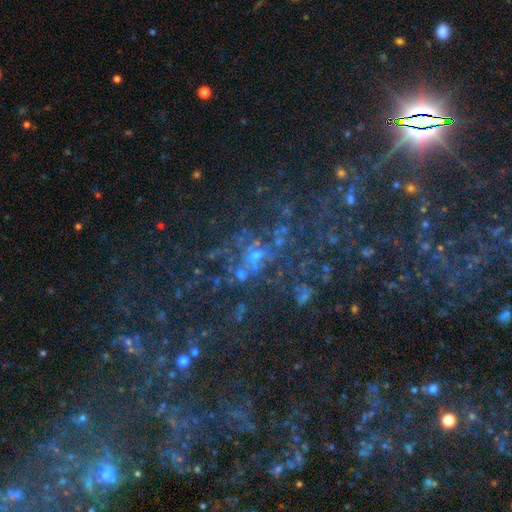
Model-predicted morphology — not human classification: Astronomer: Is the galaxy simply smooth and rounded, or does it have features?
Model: star or artifact — 56%.